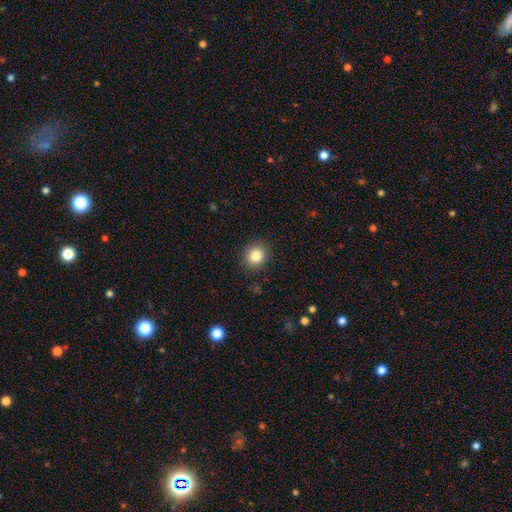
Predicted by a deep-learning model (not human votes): smooth_or_featured: smooth (p=0.84) [alt: star or artifact p=0.10]
how_rounded: round (p=0.83) [alt: in between p=0.16]
merging: none (p=0.90) [alt: minor disturbance p=0.07]